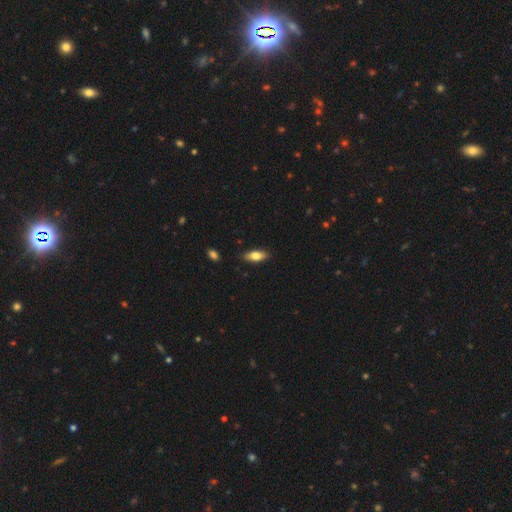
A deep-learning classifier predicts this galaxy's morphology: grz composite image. It shows a smooth galaxy with no disk features (74%) that is in between round and cigar-shaped (77%). Merging: none (87%).